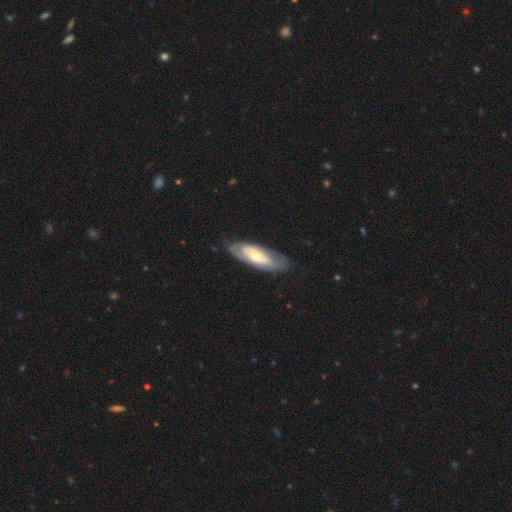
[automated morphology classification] This is possibly a featured or disk galaxy (58%). It is clearly not viewed edge-on (81%). Merging: likely none (73%).